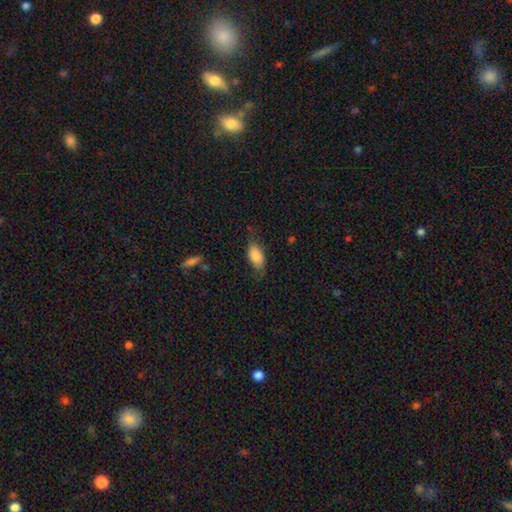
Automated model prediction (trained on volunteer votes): This appears to be a smooth galaxy with no disk features (80%) that is in between round and cigar-shaped (92%). Merging: none (62%).